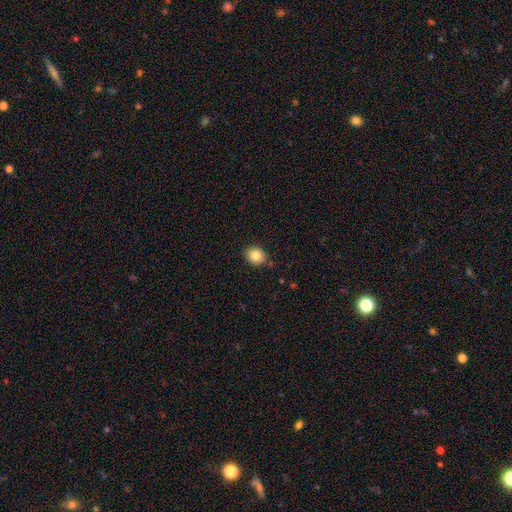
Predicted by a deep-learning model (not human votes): Smooth or featured?
  - smooth: 83% *
  - star or artifact: 9%
  - featured or disk: 7%
How rounded?
  - round: 63% *
  - in between: 36%
  - cigar-shaped: 1%
Merging?
  - none: 86% *
  - minor disturbance: 10%
  - major disturbance: 2%
  - merger: 2%